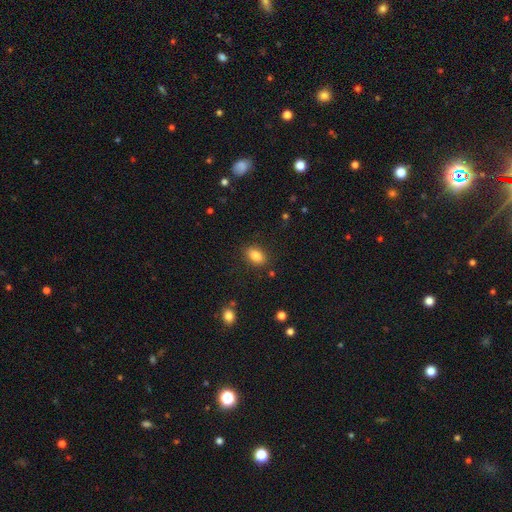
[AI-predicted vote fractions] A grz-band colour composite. It shows a smooth galaxy with no disk features (85%) that is in between round and cigar-shaped (85%). Merging: none (86%).